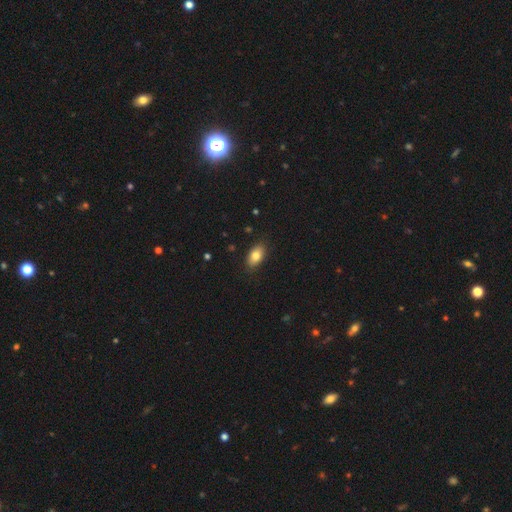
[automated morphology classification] Smooth or featured? Predicted: smooth (p=0.81). How rounded? Predicted: in between (p=0.91). Merging? Predicted: none (p=0.87).